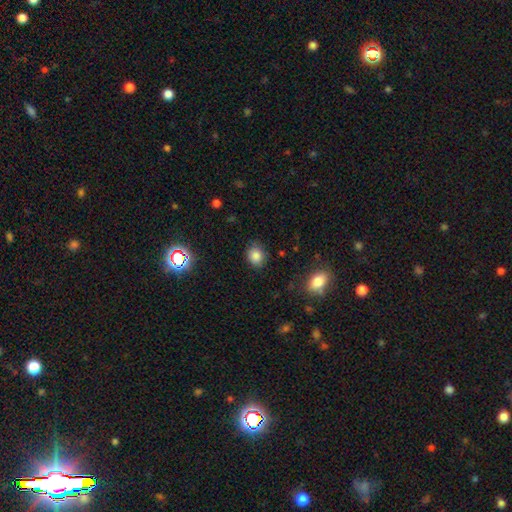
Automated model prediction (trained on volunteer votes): This appears to be a smooth galaxy with no disk features (83%) that is round (57%). Merging: none (81%).